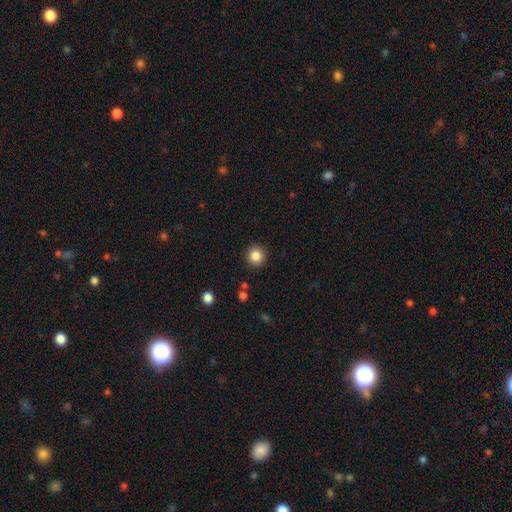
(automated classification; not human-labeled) Smooth or featured: smooth — 86% (star or artifact — 10%)
How rounded: round — 94% (in between — 5%)
Merging: none — 91% (minor disturbance — 5%)